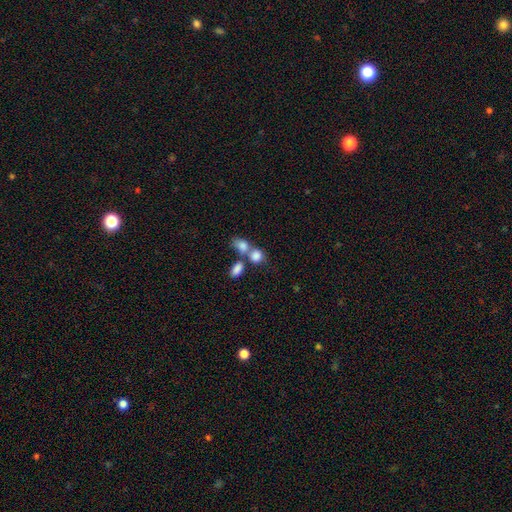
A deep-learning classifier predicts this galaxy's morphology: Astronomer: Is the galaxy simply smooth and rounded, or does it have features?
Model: smooth — 81%.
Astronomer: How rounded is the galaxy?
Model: in between — 58% (runner-up: round, 40%).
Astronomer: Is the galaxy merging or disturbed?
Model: merger — 57%.